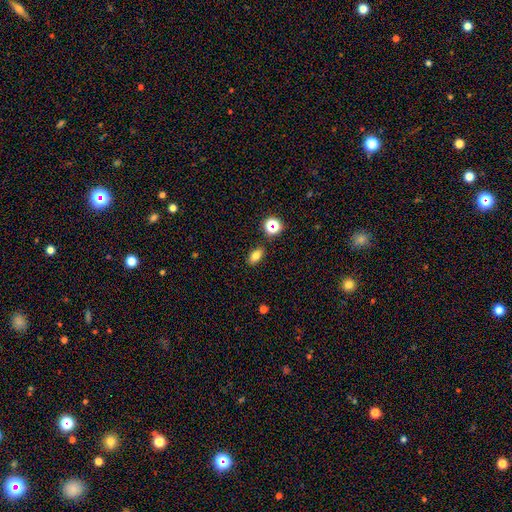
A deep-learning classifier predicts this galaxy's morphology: A smooth galaxy with no disk features (78%) that is in between round and cigar-shaped (84%). Merging: none (86%).